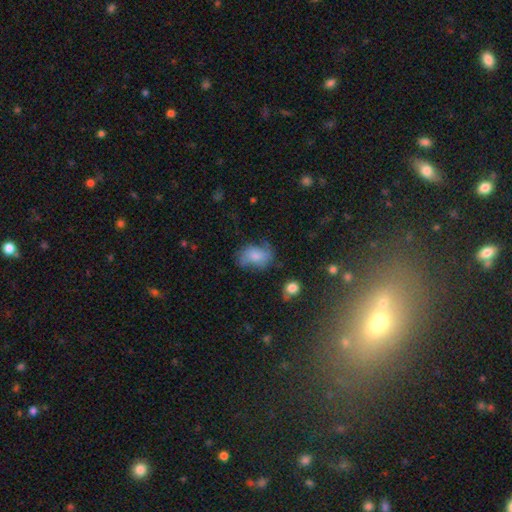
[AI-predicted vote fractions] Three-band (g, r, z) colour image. It shows a smooth galaxy with no disk features (63%) that is in between round and cigar-shaped (74%). Merging: none (52%).